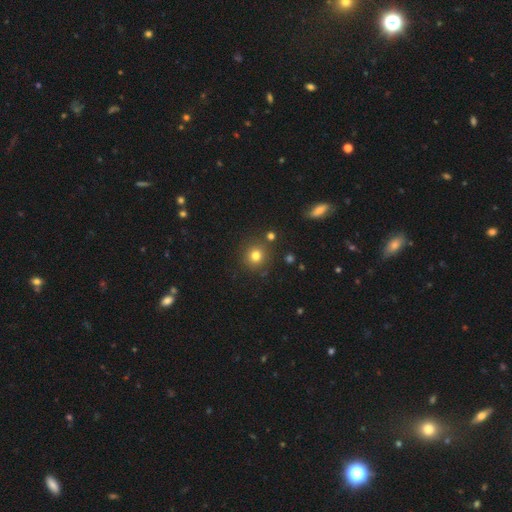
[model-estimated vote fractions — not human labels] A smooth galaxy with no disk features (78%) that is round (92%). Merging: none (85%).